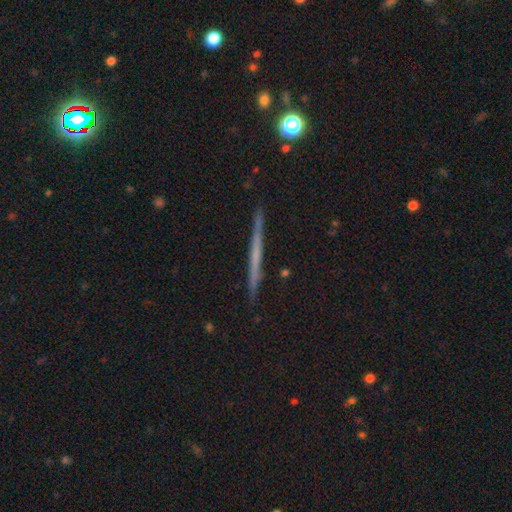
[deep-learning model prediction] Overall: featured or disk (57%; smooth 36%). Edge-on disk: yes (98%). Edge-on bulge: none (87%). Merging: none (92%).